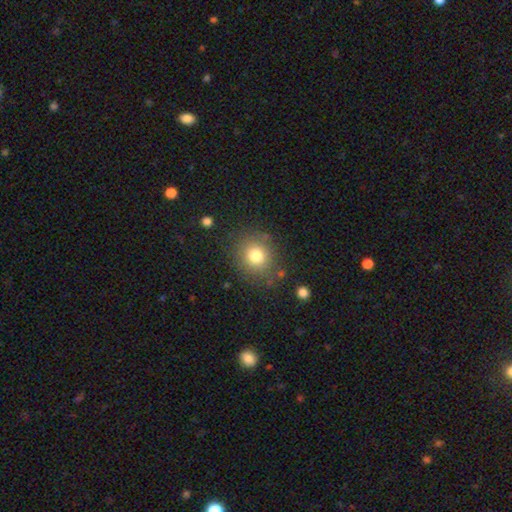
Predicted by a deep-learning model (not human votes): Overall: smooth (78%). How rounded: round (84%). Merging: none (82%).